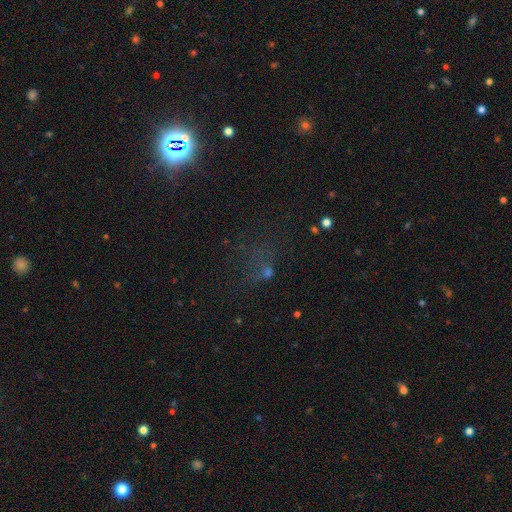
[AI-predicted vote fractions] This is possibly a star or artifact rather than a galaxy (58%).